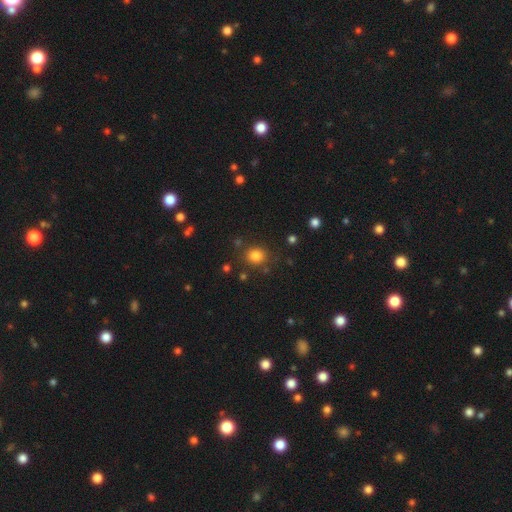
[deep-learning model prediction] smooth-or-featured: smooth: 81% | star or artifact: 14% | featured or disk: 5%
  how-rounded: round: 76% | in between: 23% | cigar-shaped: 1%
  merging: none: 83% | minor disturbance: 10% | merger: 4% | major disturbance: 4%